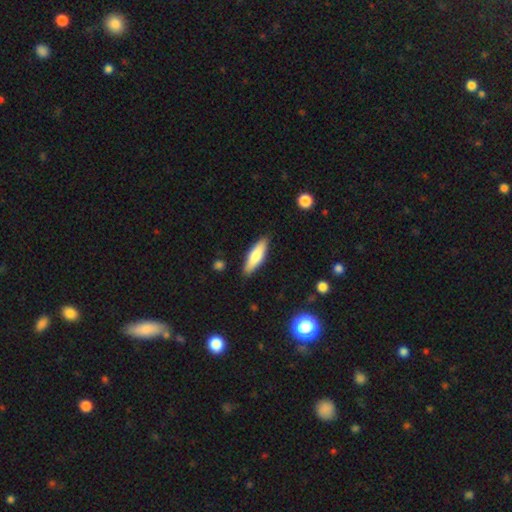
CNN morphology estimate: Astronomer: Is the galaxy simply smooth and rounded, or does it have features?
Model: smooth — 73%.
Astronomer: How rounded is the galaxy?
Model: cigar-shaped — 56% (runner-up: in between, 42%).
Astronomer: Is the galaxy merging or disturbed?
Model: none — 87%.